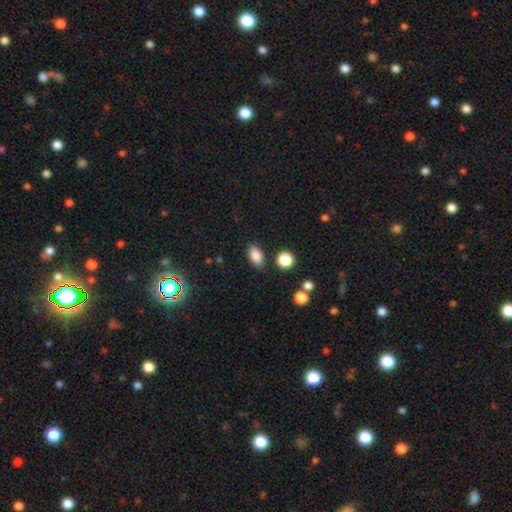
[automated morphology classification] smooth_or_featured: smooth (p=0.85) [alt: star or artifact p=0.09]
how_rounded: in between (p=0.88) [alt: round p=0.08]
merging: none (p=0.84) [alt: minor disturbance p=0.11]